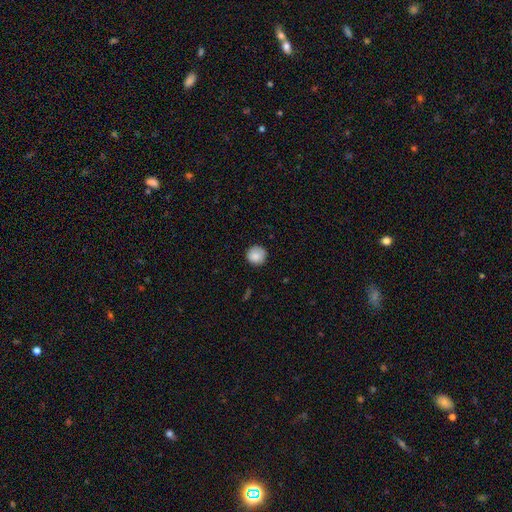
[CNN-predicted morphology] Smooth or featured?
  - smooth: 87% *
  - star or artifact: 8%
  - featured or disk: 5%
How rounded?
  - round: 94% *
  - in between: 5%
  - cigar-shaped: 1%
Merging?
  - none: 87% *
  - minor disturbance: 10%
  - major disturbance: 2%
  - merger: 1%